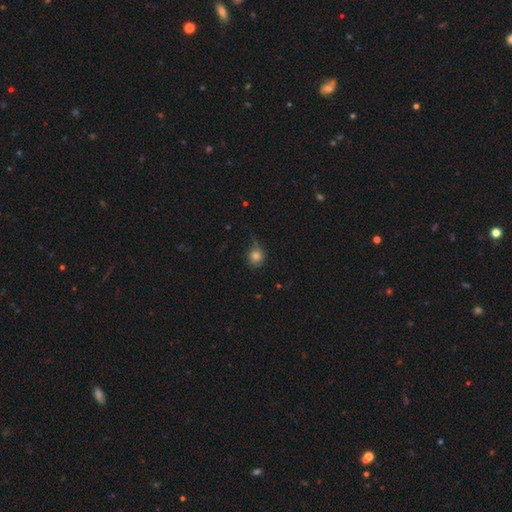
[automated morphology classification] The model was most divided on "merging": none: 59%, minor disturbance: 28%, major disturbance: 10%, merger: 3%. More confident: how rounded — round (85%); smooth or featured — smooth (79%).